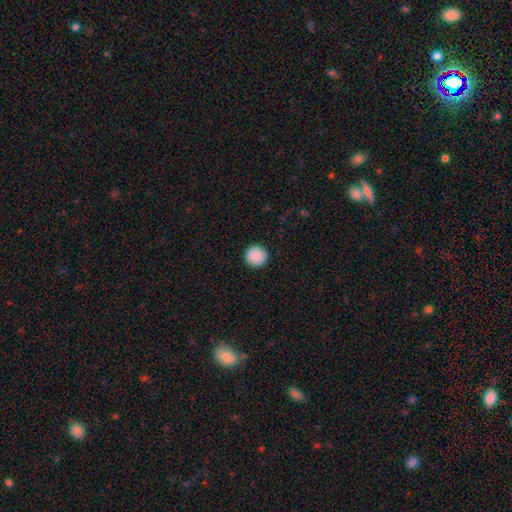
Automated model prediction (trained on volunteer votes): Q: Smooth or featured?
A: smooth (89%); runner-up: star or artifact (7%)
Q: How rounded?
A: round (96%); runner-up: in between (3%)
Q: Merging?
A: none (93%); runner-up: minor disturbance (4%)